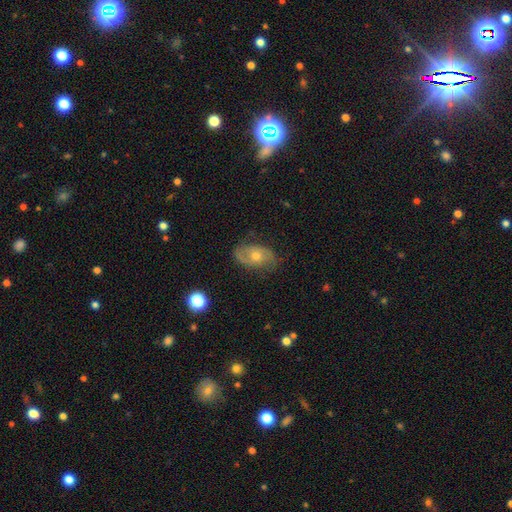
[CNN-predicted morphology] This is likely a featured or disk galaxy (62%). It is clearly not viewed edge-on (94%). Bar: likely no (74%). Spiral arm pattern: likely yes (79%). Central bulge: likely moderate (62%). Merging: likely none (72%).